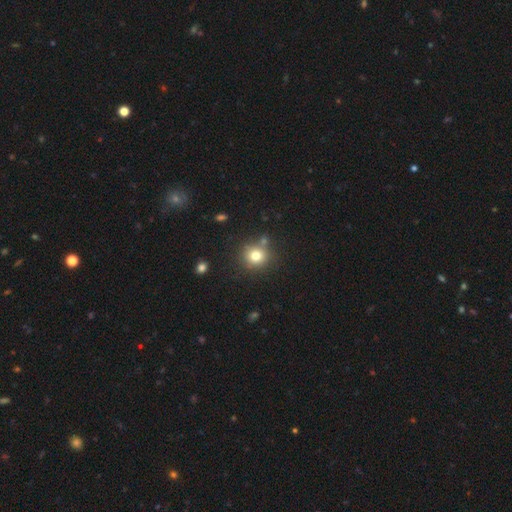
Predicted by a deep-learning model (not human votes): smooth-or-featured: smooth: 79% | star or artifact: 13% | featured or disk: 8%
  how-rounded: round: 88% | in between: 11% | cigar-shaped: 1%
  merging: none: 77% | minor disturbance: 10% | merger: 9% | major disturbance: 3%